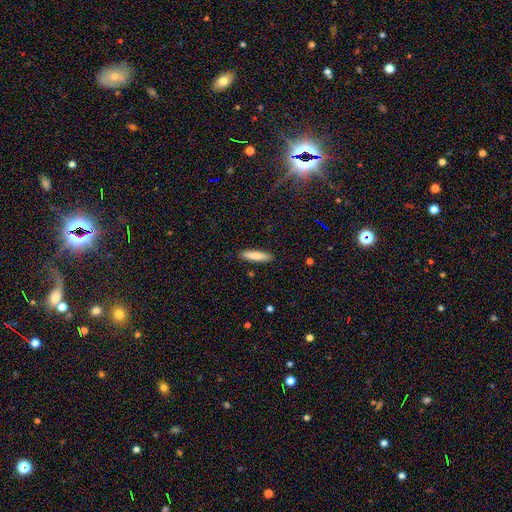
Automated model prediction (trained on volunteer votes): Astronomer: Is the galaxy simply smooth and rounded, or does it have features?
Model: smooth — 82%.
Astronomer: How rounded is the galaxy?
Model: cigar-shaped — 80%.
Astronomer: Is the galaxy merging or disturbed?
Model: none — 89%.